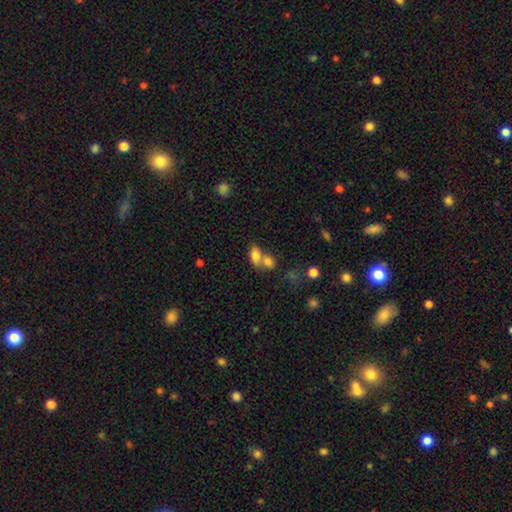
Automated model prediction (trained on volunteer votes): smooth 78%, featured or disk 12%, star or artifact 10%. Down the decision tree: how rounded — in between (84%); merging — merger (55%).